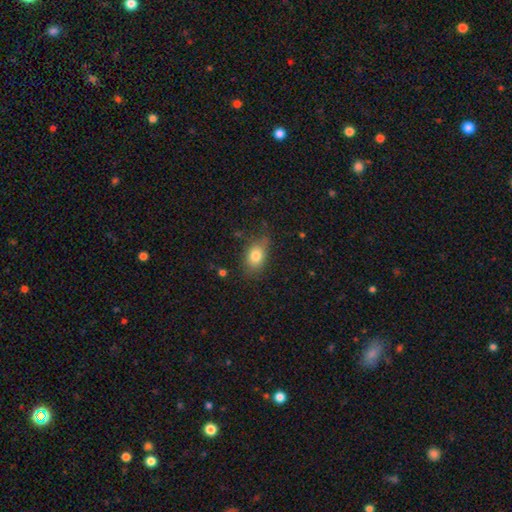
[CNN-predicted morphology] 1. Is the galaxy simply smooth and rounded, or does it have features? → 80% smooth, 10% featured or disk, 10% star or artifact.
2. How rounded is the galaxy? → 76% in between, 21% round, 2% cigar-shaped.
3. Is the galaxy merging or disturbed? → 70% none, 22% minor disturbance, 6% major disturbance, 2% merger.